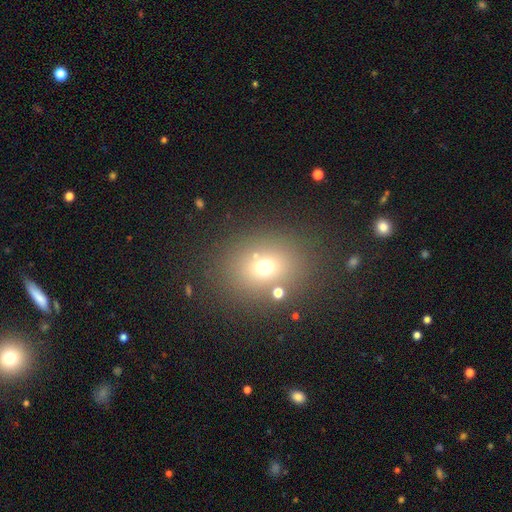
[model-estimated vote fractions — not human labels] smooth_or_featured: smooth (p=0.66) [alt: star or artifact p=0.21]
how_rounded: round (p=0.56) [alt: in between p=0.43]
merging: none (p=0.78) [alt: minor disturbance p=0.09]